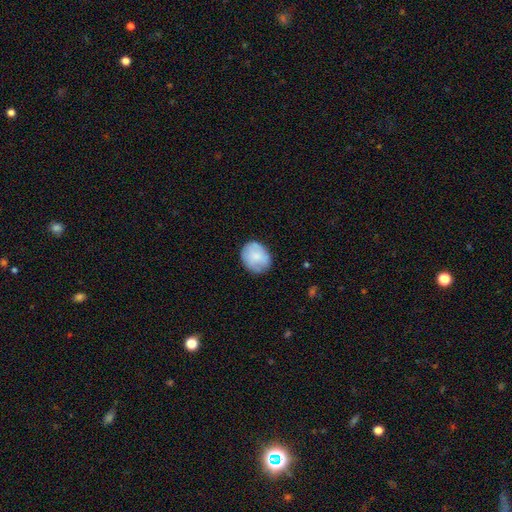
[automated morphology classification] This is likely a smooth galaxy (78%). How rounded: possibly round (59%). Merging: likely none (77%).